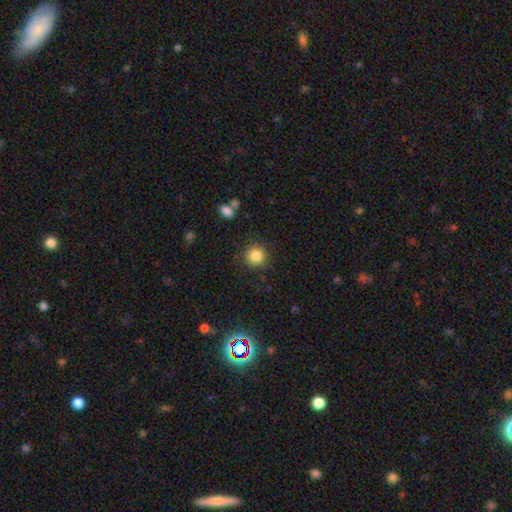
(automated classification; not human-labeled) Smooth or featured: smooth — 85% (star or artifact — 10%)
How rounded: round — 93% (in between — 6%)
Merging: none — 87% (minor disturbance — 8%)